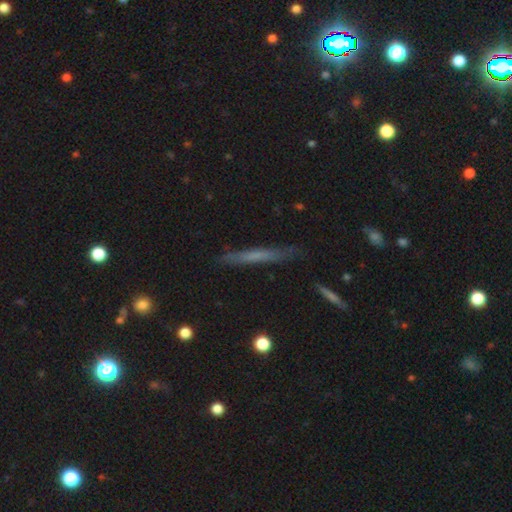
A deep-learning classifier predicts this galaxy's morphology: smooth-or-featured: smooth: 52% | featured or disk: 40% | star or artifact: 8%
  how-rounded: cigar-shaped: 95% | in between: 3% | round: 2%
  merging: none: 83% | minor disturbance: 13% | major disturbance: 3% | merger: 2%